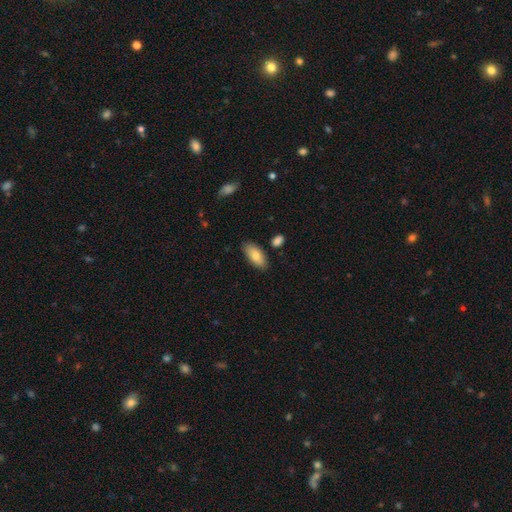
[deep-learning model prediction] Morphology: type=smooth (81%); roundness=in between (89%); merging=none (83%).